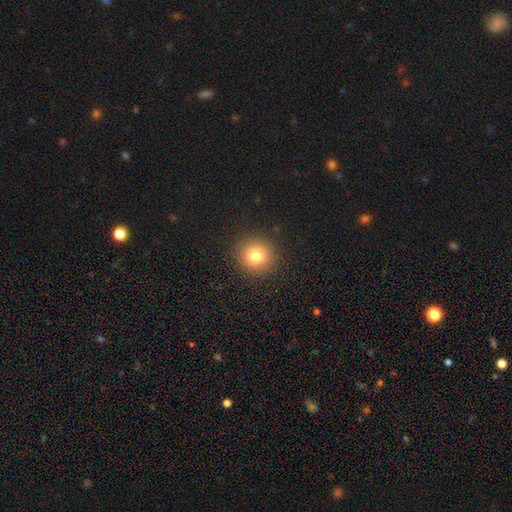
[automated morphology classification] This appears to be a smooth galaxy with no disk features (80%) that is round (91%). Merging: none (91%).